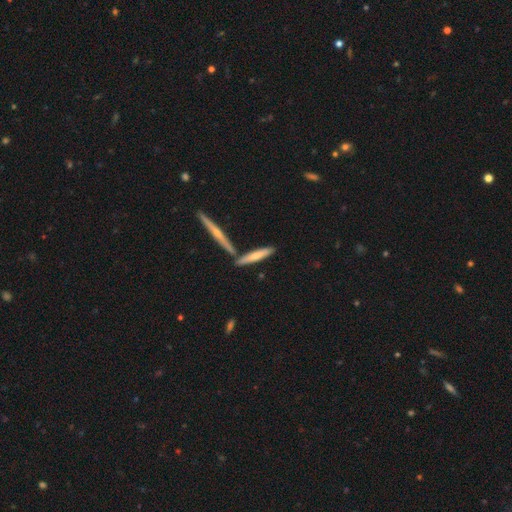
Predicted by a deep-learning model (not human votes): Overall: smooth (62%; featured or disk 32%). How rounded: cigar-shaped (88%). Merging: none (70%).